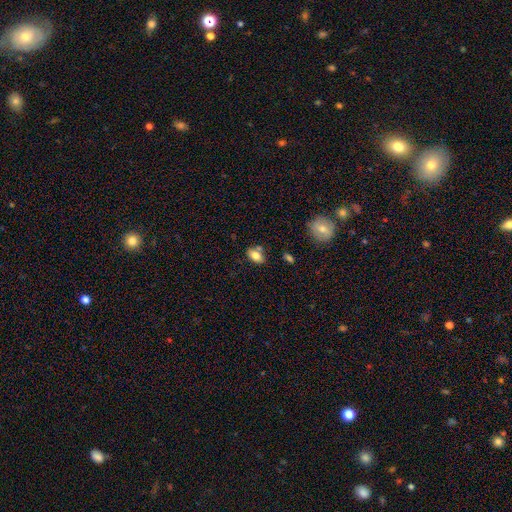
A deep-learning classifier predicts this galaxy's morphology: Q: Smooth or featured?
A: smooth (80%); runner-up: featured or disk (12%)
Q: How rounded?
A: in between (88%); runner-up: round (9%)
Q: Merging?
A: none (70%); runner-up: minor disturbance (14%)